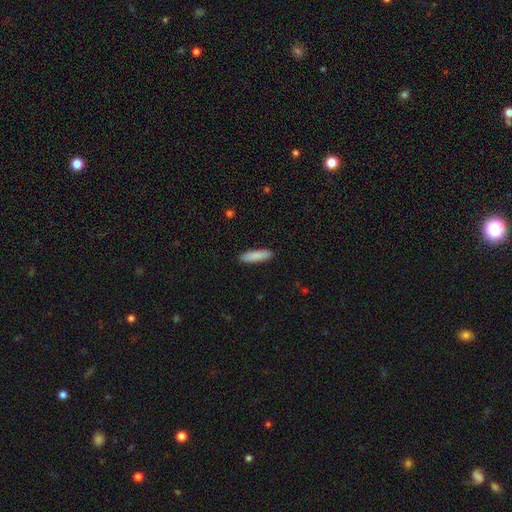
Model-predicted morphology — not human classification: Overall: smooth (89%). How rounded: cigar-shaped (68%; in between 31%). Merging: none (91%).